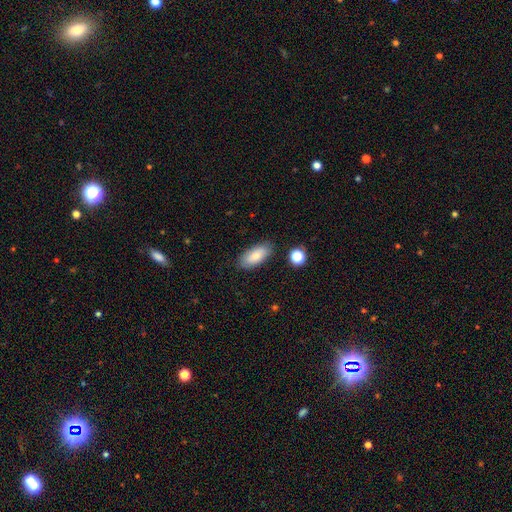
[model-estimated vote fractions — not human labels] Q: Smooth or featured?
A: smooth (79%); runner-up: featured or disk (13%)
Q: How rounded?
A: in between (86%); runner-up: cigar-shaped (11%)
Q: Merging?
A: none (83%); runner-up: minor disturbance (12%)